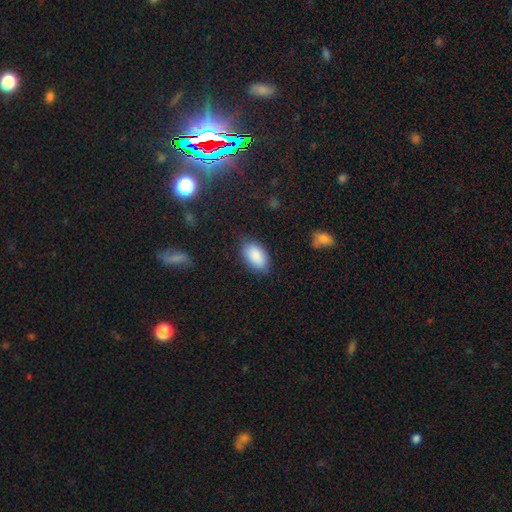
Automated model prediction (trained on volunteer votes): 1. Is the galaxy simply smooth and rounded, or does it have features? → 88% smooth, 7% star or artifact, 6% featured or disk.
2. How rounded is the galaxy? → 94% in between, 4% round, 2% cigar-shaped.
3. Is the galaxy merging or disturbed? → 79% none, 16% minor disturbance, 4% major disturbance, 1% merger.